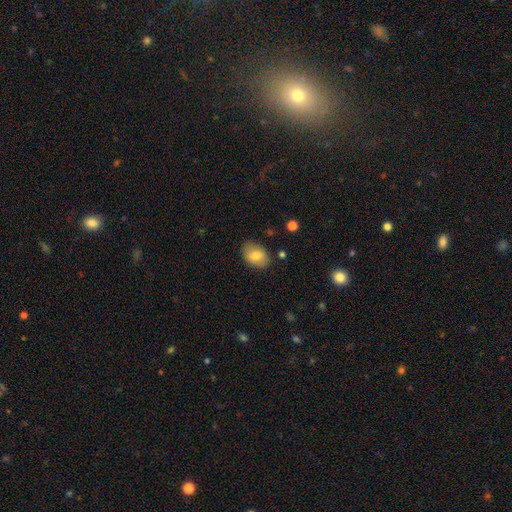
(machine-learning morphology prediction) A smooth galaxy with no disk features (77%) that is in between round and cigar-shaped (81%). Merging: none (80%).